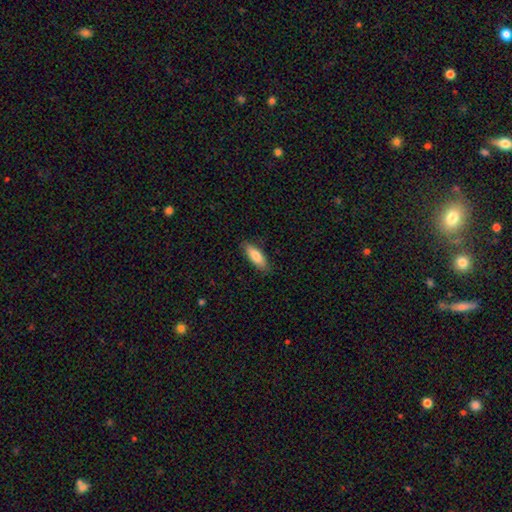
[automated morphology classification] smooth-or-featured: smooth: 83% | featured or disk: 12% | star or artifact: 6%
  how-rounded: in between: 63% | cigar-shaped: 36% | round: 2%
  merging: none: 86% | minor disturbance: 11% | major disturbance: 2% | merger: 1%